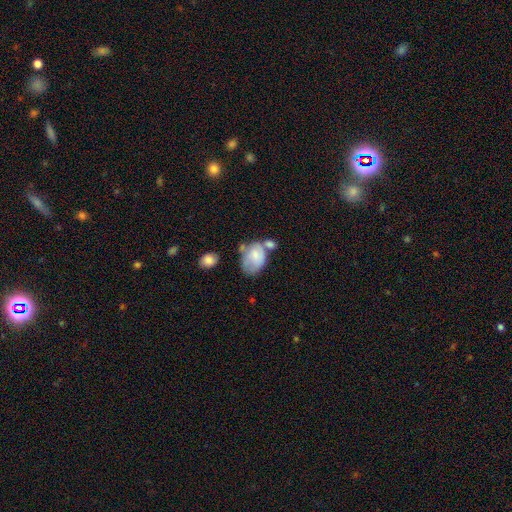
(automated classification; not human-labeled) A smooth galaxy with no disk features (66%) that is in between round and cigar-shaped (78%).

Vote fractions:
- Smooth or featured? smooth: 66% / featured or disk: 26% / star or artifact: 7%
- How rounded? in between: 78% / round: 21% / cigar-shaped: 1%
- Merging? merger: 33% / none: 27% / minor disturbance: 24% / major disturbance: 16%